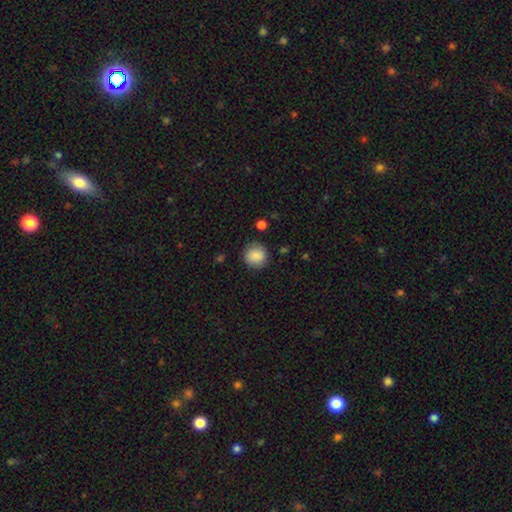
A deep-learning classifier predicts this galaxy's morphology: This is clearly a smooth galaxy (87%). How rounded: clearly round (90%). Merging: clearly none (86%).